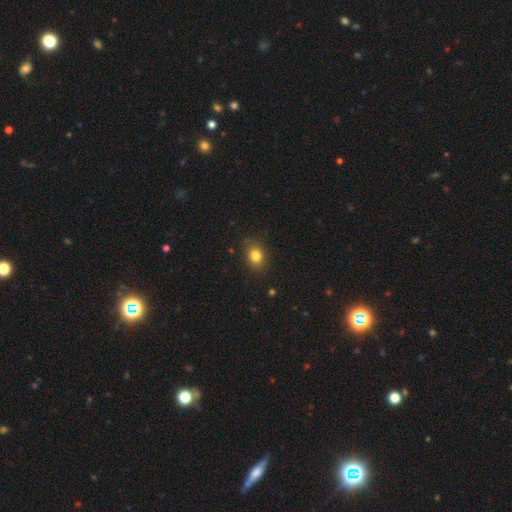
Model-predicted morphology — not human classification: smooth_or_featured: smooth (p=0.82) [alt: star or artifact p=0.11]
how_rounded: in between (p=0.51) [alt: round p=0.48]
merging: none (p=0.84) [alt: minor disturbance p=0.12]